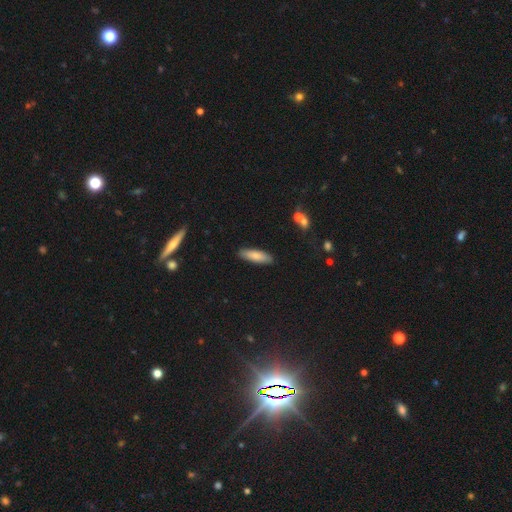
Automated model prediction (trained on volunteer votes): Q: Smooth or featured?
A: smooth (81%); runner-up: featured or disk (12%)
Q: How rounded?
A: cigar-shaped (54%); runner-up: in between (44%)
Q: Merging?
A: none (88%); runner-up: minor disturbance (9%)